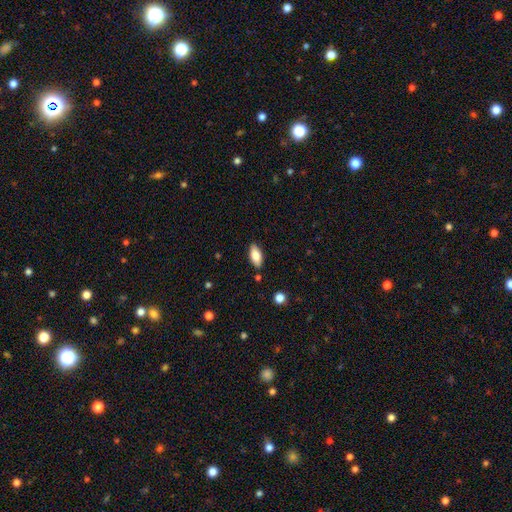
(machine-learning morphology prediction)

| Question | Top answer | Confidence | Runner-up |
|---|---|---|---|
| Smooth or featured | smooth | 81% | featured or disk (12%) |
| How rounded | in between | 88% | cigar-shaped (9%) |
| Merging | none | 85% | minor disturbance (11%) |